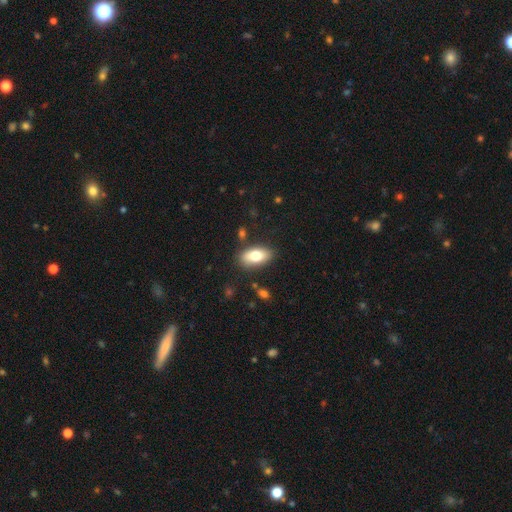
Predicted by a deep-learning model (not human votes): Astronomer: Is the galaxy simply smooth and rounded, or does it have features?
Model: smooth — 75%.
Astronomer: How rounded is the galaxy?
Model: in between — 90%.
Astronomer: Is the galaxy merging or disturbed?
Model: none — 83%.